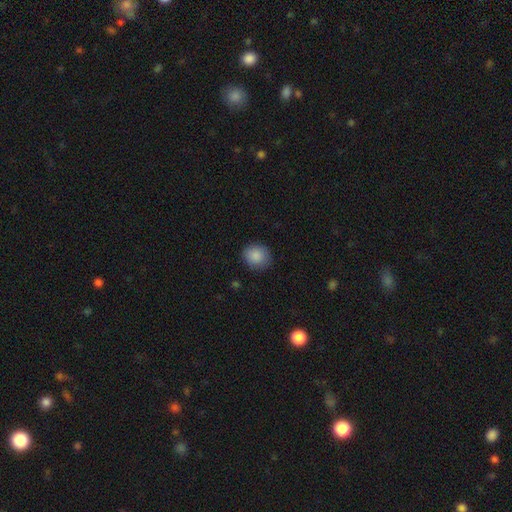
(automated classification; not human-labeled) Smooth or featured: smooth — 88% (star or artifact — 8%)
How rounded: round — 76% (in between — 23%)
Merging: none — 85% (minor disturbance — 11%)